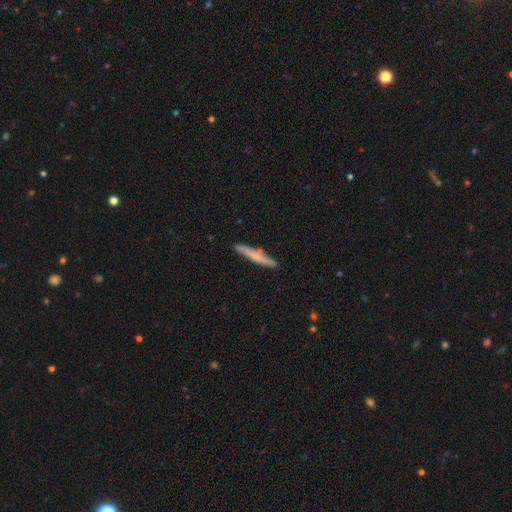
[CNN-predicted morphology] Smooth or featured? smooth (60%)
How rounded? cigar-shaped (95%)
Merging? none (85%)